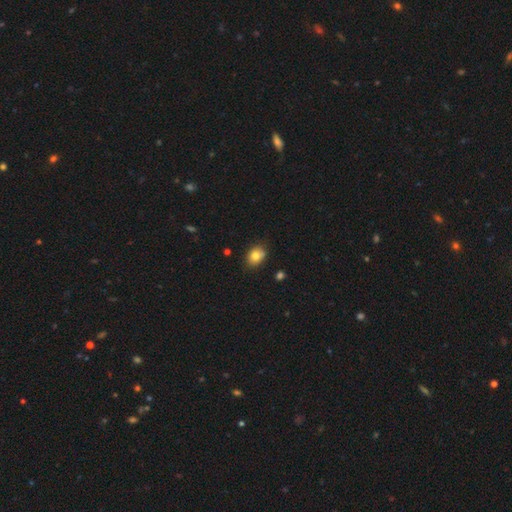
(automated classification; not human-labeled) smooth-or-featured: smooth: 80% | star or artifact: 10% | featured or disk: 10%
  how-rounded: in between: 61% | round: 38% | cigar-shaped: 1%
  merging: none: 78% | minor disturbance: 16% | merger: 3% | major disturbance: 3%